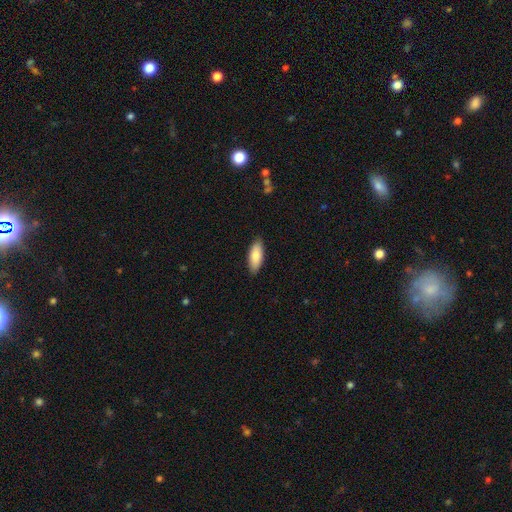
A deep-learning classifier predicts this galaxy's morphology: The model was most divided on "how rounded": in between: 78%, cigar-shaped: 20%, round: 2%. More confident: merging — none (88%); smooth or featured — smooth (84%).